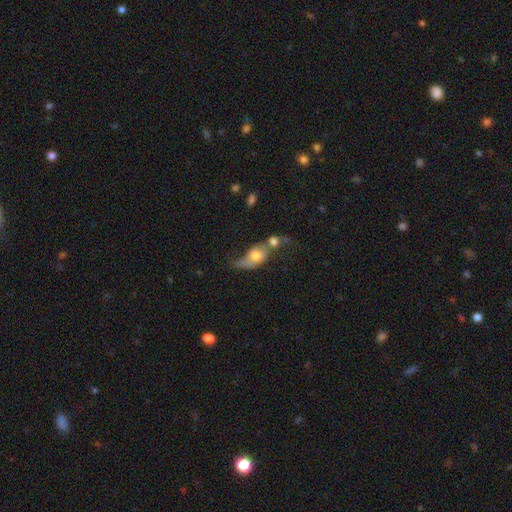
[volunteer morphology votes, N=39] This is possibly a featured or disk galaxy (51%). It is clearly not viewed edge-on (100%). Bar: clearly no (80%). Spiral arm pattern: likely yes (70%). Spiral arm count: likely 2 (79%). Spiral winding: clearly loose (100%). Central bulge: possibly moderate (50%). Merging: likely merger (71%).